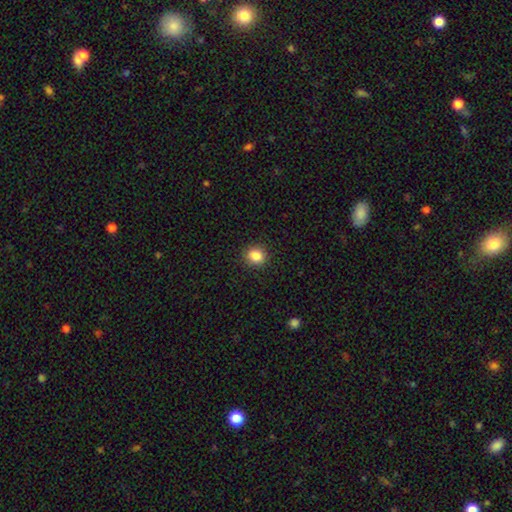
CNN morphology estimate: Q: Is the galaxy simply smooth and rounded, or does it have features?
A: smooth — 85%.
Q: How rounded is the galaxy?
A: round — 81%.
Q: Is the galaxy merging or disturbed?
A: none — 90%.